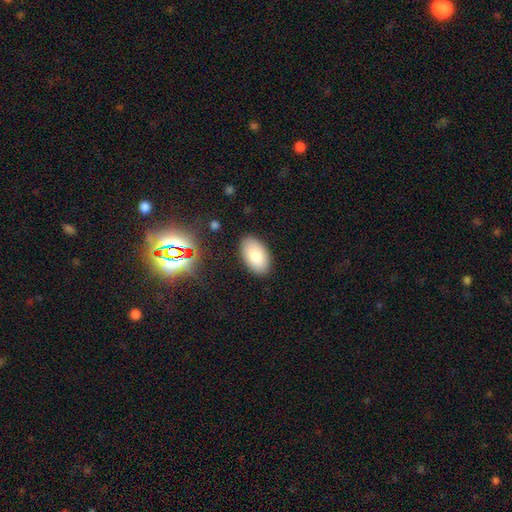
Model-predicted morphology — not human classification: Smooth or featured? Predicted: smooth (p=0.80). How rounded? Predicted: in between (p=0.95). Merging? Predicted: none (p=0.87).